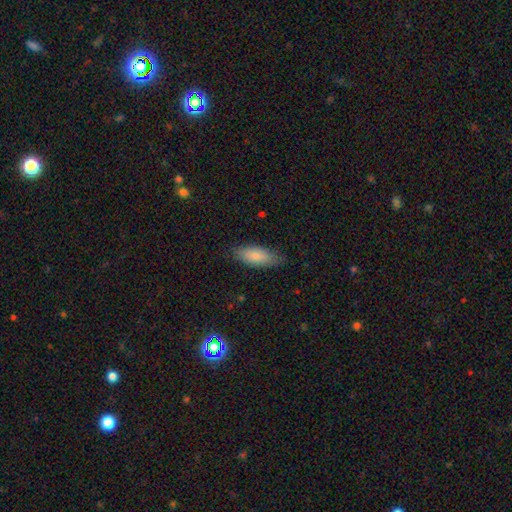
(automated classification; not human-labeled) smooth 84%, featured or disk 11%, star or artifact 6%. Down the decision tree: how rounded — in between (79%); merging — none (78%).